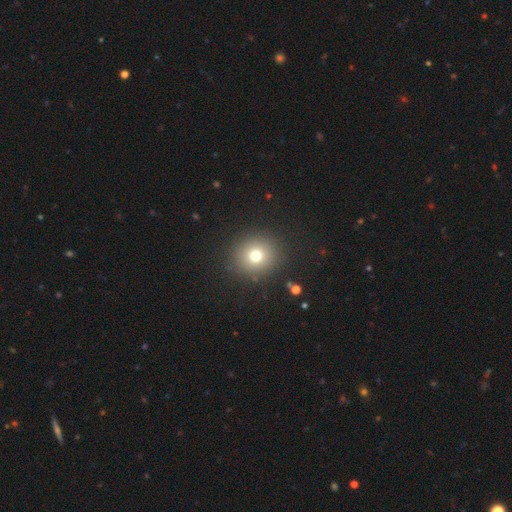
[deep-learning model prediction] Smooth or featured? Predicted: smooth (p=0.73). How rounded? Predicted: round (p=0.90). Merging? Predicted: none (p=0.90).